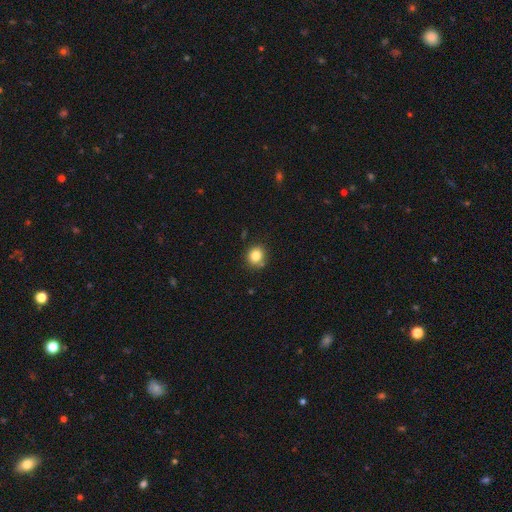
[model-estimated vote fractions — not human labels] Smooth or featured? Predicted: smooth (p=0.84). How rounded? Predicted: round (p=0.83). Merging? Predicted: none (p=0.80).